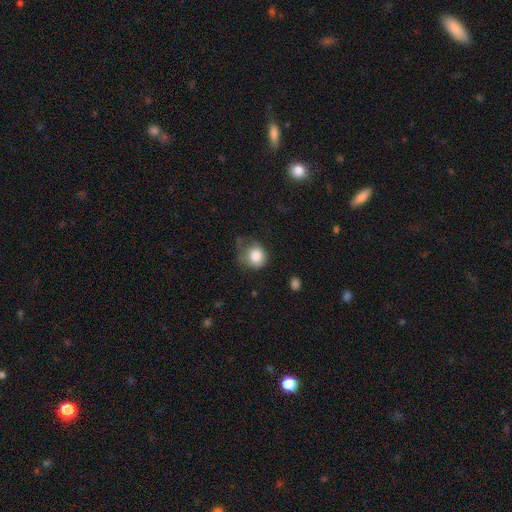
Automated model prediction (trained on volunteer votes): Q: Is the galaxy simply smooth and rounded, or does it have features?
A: smooth — 82%.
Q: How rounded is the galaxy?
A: round — 79%.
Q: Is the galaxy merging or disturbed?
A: none — 40%.